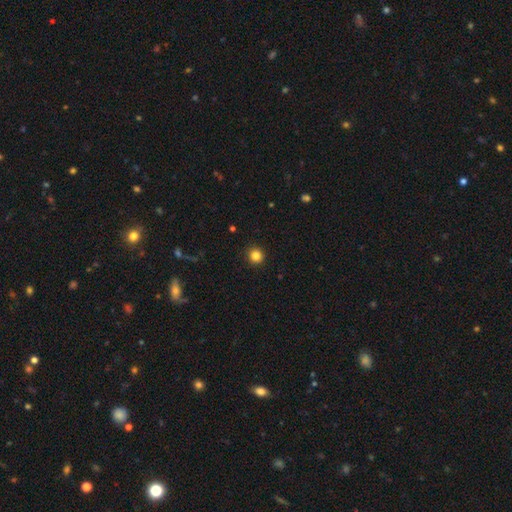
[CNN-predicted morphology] Q: Smooth or featured?
A: smooth (84%); runner-up: star or artifact (12%)
Q: How rounded?
A: round (94%); runner-up: in between (5%)
Q: Merging?
A: none (92%); runner-up: minor disturbance (5%)